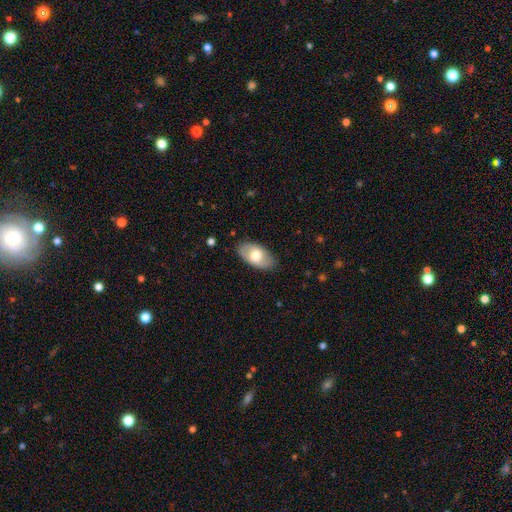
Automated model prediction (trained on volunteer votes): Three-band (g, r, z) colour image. It shows a smooth galaxy with no disk features (65%) that is in between round and cigar-shaped (94%). Merging: none (83%).